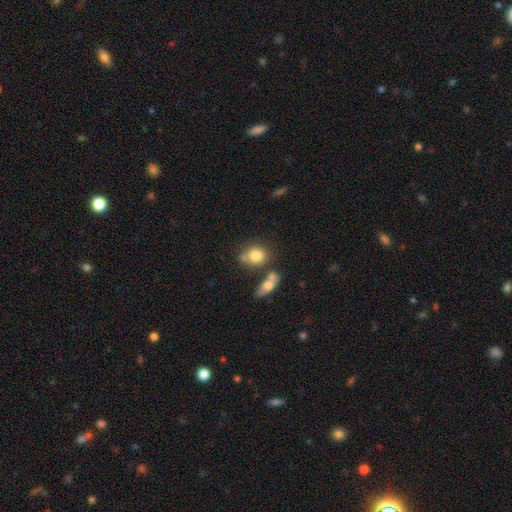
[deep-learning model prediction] smooth-or-featured: smooth: 79% | featured or disk: 12% | star or artifact: 9%
  how-rounded: round: 57% | in between: 41% | cigar-shaped: 2%
  merging: none: 50% | merger: 30% | minor disturbance: 15% | major disturbance: 6%